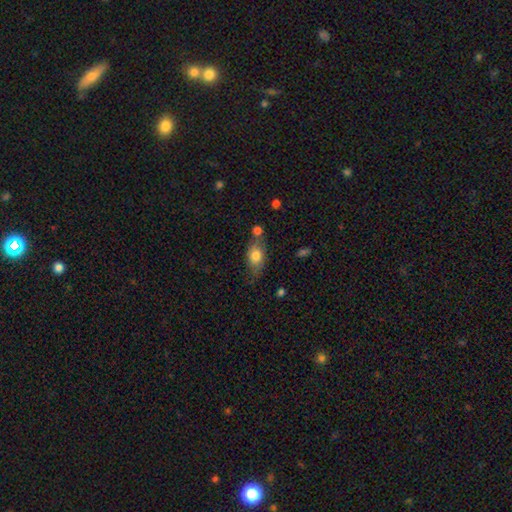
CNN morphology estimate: Smooth or featured?
  - smooth: 74% *
  - featured or disk: 18%
  - star or artifact: 8%
How rounded?
  - in between: 80% *
  - round: 13%
  - cigar-shaped: 7%
Merging?
  - none: 56% *
  - minor disturbance: 22%
  - merger: 15%
  - major disturbance: 7%